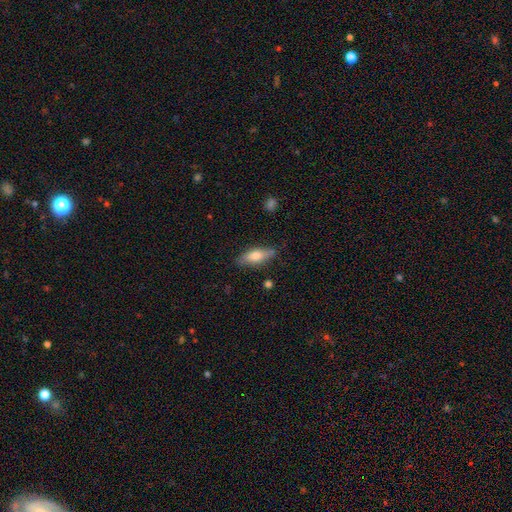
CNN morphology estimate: type=smooth (62%); roundness=in between (61%); merging=none (80%).